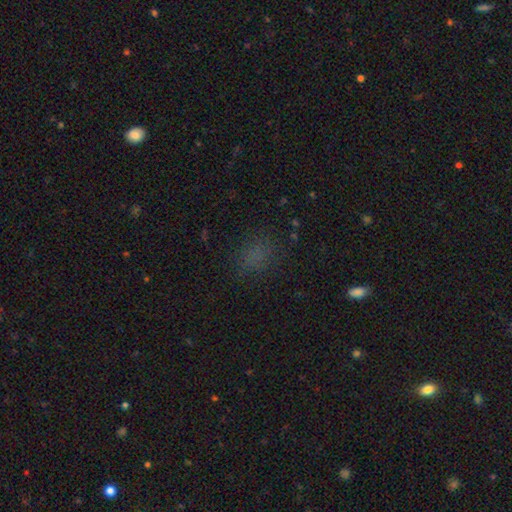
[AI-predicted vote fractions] smooth 66%, star or artifact 26%, featured or disk 8%. Down the decision tree: how rounded — in between (58%); merging — none (76%).